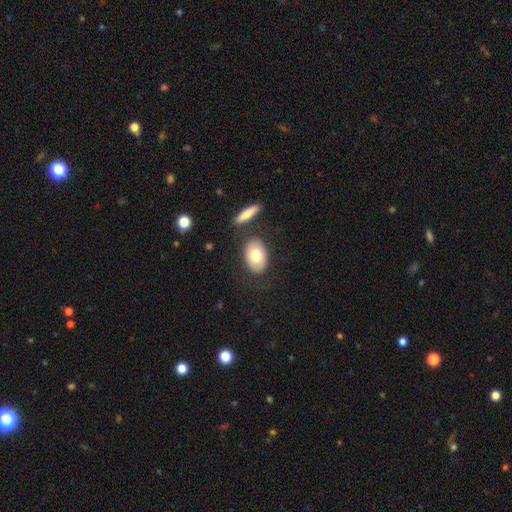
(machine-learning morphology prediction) Q: Smooth or featured?
A: smooth (73%); runner-up: featured or disk (21%)
Q: How rounded?
A: in between (88%); runner-up: round (11%)
Q: Merging?
A: none (77%); runner-up: minor disturbance (12%)